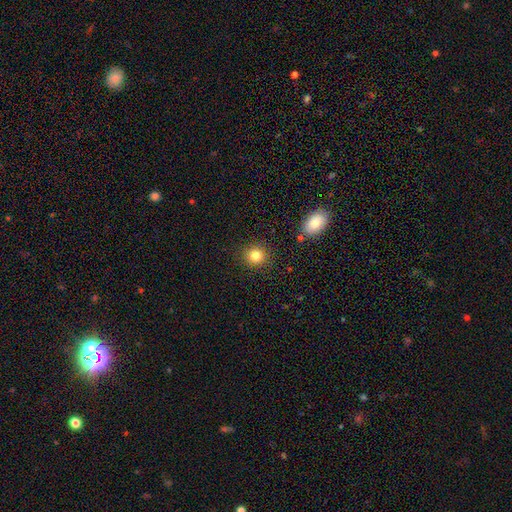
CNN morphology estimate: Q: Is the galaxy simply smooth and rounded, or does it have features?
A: smooth — 82%.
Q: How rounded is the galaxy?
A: round — 89%.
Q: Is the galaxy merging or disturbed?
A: none — 89%.